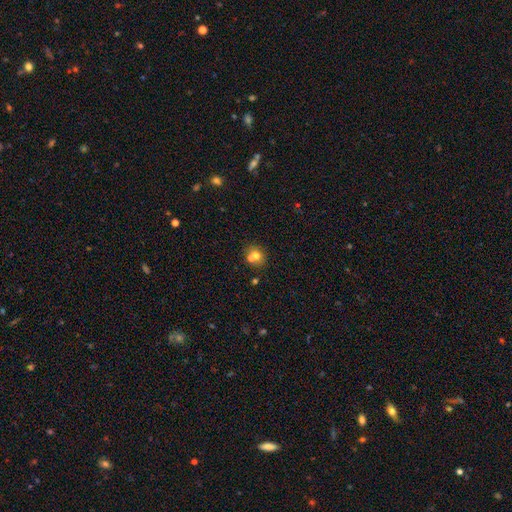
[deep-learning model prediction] The model was most divided on "merging": none: 51%, merger: 37%, minor disturbance: 8%, major disturbance: 3%. More confident: how rounded — round (77%); smooth or featured — smooth (65%).